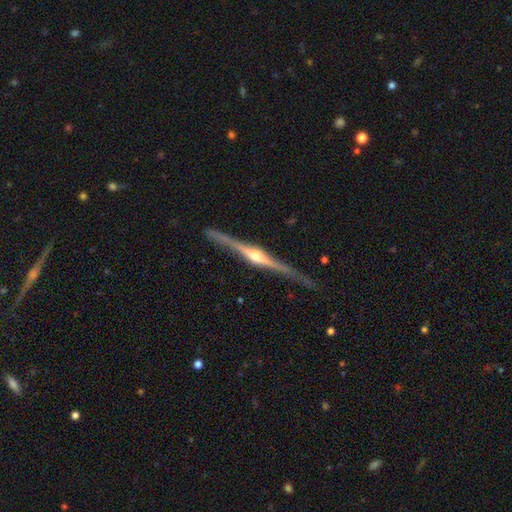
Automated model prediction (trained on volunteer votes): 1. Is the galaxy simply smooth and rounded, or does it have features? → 88% featured or disk, 7% smooth, 4% star or artifact.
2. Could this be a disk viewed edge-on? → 98% yes, 2% no.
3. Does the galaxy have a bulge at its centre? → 92% rounded, 5% boxy, 3% none.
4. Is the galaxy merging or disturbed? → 83% none, 13% minor disturbance, 3% major disturbance, 2% merger.